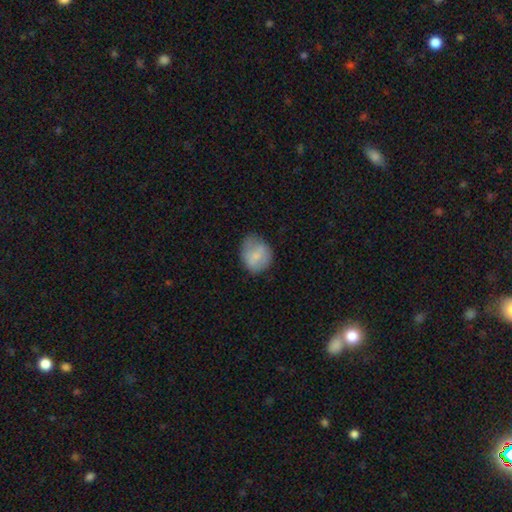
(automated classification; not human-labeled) smooth_or_featured: smooth (p=0.72) [alt: featured or disk p=0.20]
how_rounded: round (p=0.57) [alt: in between p=0.42]
merging: none (p=0.61) [alt: minor disturbance p=0.29]